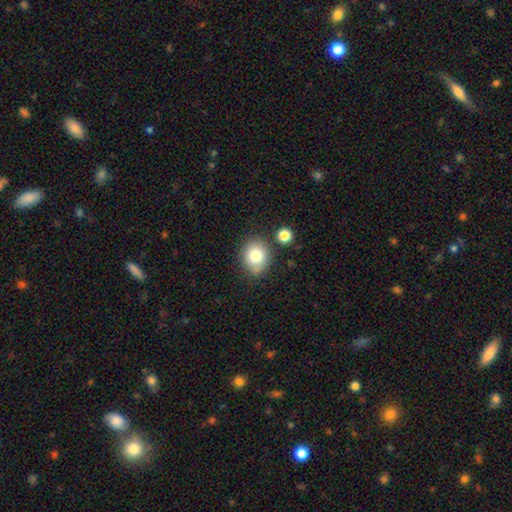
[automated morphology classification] smooth-or-featured: smooth: 79% | featured or disk: 10% | star or artifact: 10%
  how-rounded: round: 69% | in between: 30% | cigar-shaped: 1%
  merging: none: 74% | minor disturbance: 15% | merger: 7% | major disturbance: 4%